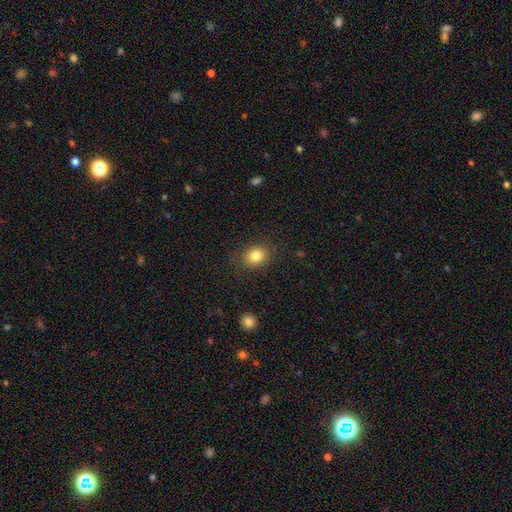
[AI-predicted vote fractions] Q: Smooth or featured?
A: smooth (82%); runner-up: star or artifact (11%)
Q: How rounded?
A: round (56%); runner-up: in between (43%)
Q: Merging?
A: none (85%); runner-up: minor disturbance (11%)